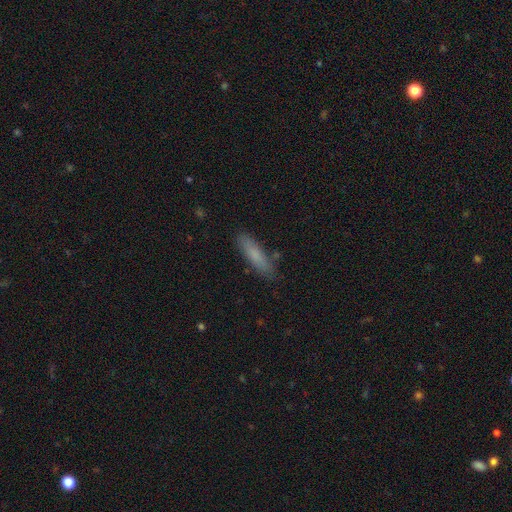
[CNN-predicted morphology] smooth 80%, featured or disk 14%, star or artifact 7%. Down the decision tree: how rounded — cigar-shaped (76%); merging — none (82%).